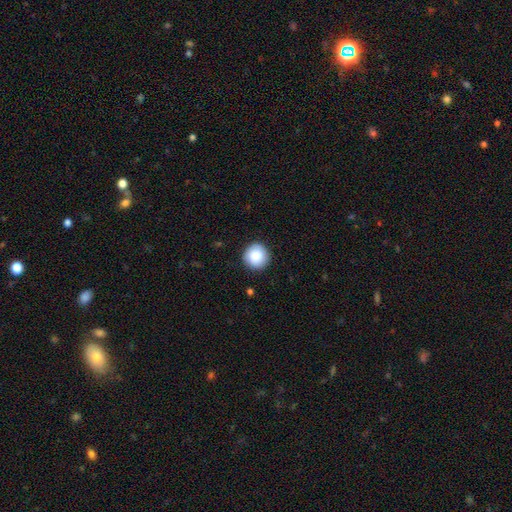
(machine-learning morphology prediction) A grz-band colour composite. It shows a smooth galaxy with no disk features (87%) that is round (95%). Merging: none (90%).